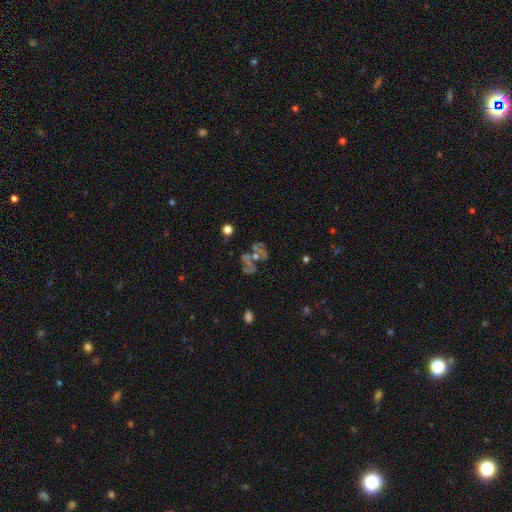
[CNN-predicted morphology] This appears to be a featured or disk galaxy (47%). Merging: none (48%).